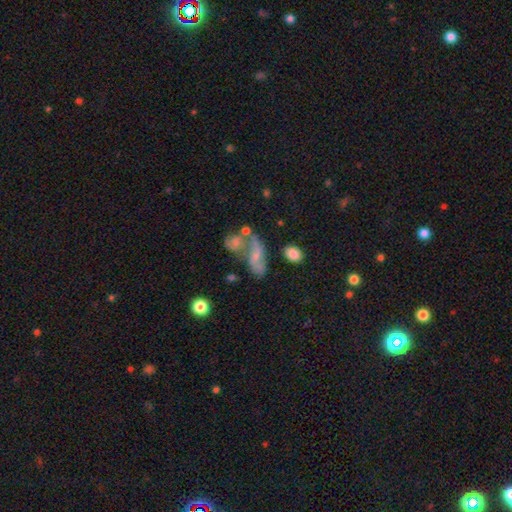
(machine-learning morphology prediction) Smooth or featured? Predicted: featured or disk (p=0.55). Edge-on disk? Predicted: no (p=0.93). Bar? Predicted: no (p=0.57). Spiral arms? Predicted: yes (p=0.73). Bulge size? Predicted: small (p=0.50). Merging? Predicted: merger (p=0.34).